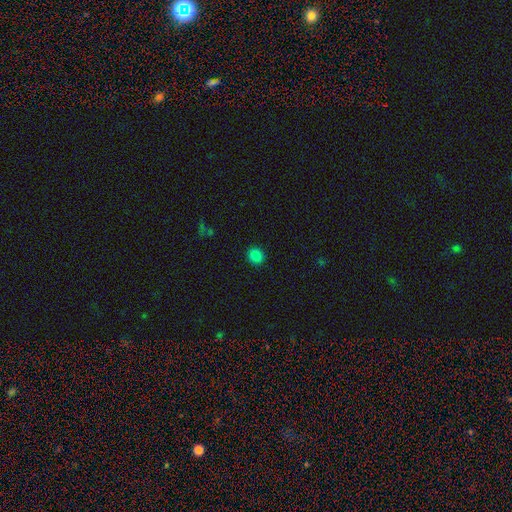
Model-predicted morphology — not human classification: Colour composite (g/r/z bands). It shows a smooth galaxy with no disk features (84%) that is round (71%). Merging: none (90%).